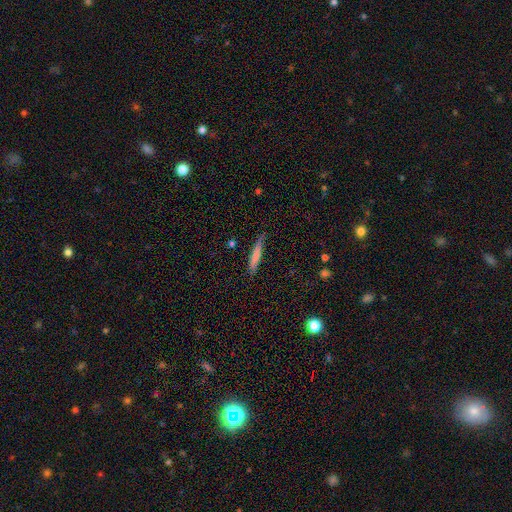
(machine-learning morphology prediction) type=smooth (72%); roundness=cigar-shaped (92%); merging=none (80%).